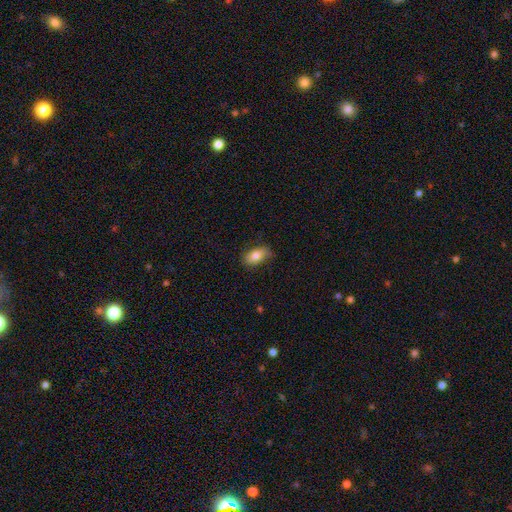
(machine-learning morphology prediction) type=smooth (80%); roundness=in between (91%); merging=none (76%).